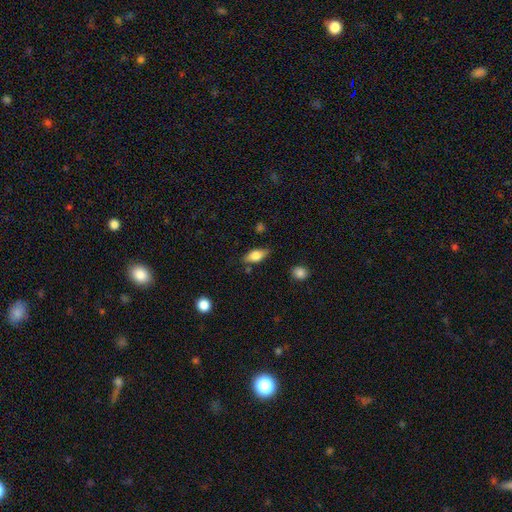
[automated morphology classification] A smooth galaxy with no disk features (78%) that is in between round and cigar-shaped (85%).

Vote fractions:
- Smooth or featured? smooth: 78% / featured or disk: 15% / star or artifact: 7%
- How rounded? in between: 85% / cigar-shaped: 10% / round: 4%
- Merging? none: 75% / minor disturbance: 18% / major disturbance: 4% / merger: 3%